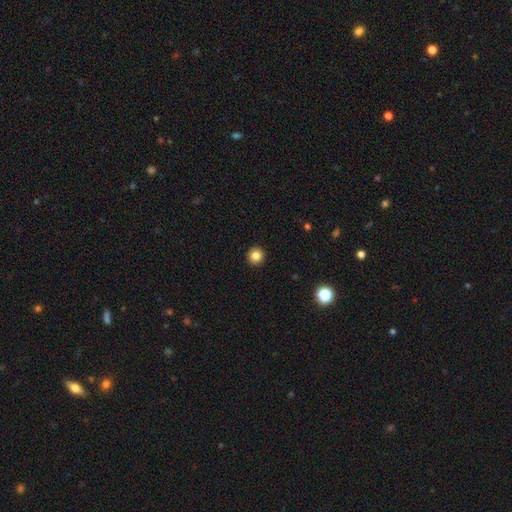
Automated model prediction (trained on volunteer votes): A smooth galaxy with no disk features (83%) that is round (93%).

Vote fractions:
- Smooth or featured? smooth: 83% / star or artifact: 11% / featured or disk: 5%
- How rounded? round: 93% / in between: 6% / cigar-shaped: 1%
- Merging? none: 93% / minor disturbance: 4% / major disturbance: 1% / merger: 1%